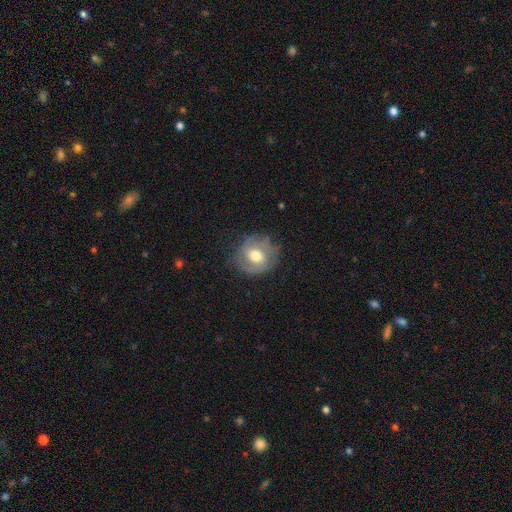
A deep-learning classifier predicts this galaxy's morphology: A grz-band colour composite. It shows a featured or disk galaxy (51%). Merging: none (65%).